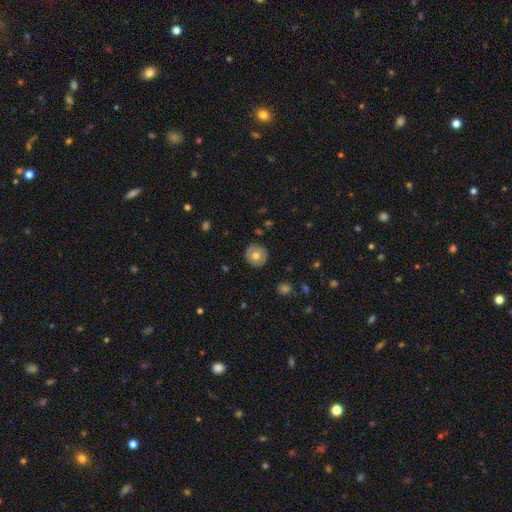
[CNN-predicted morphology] A smooth galaxy with no disk features (66%) that is round (93%). Merging: none (89%).